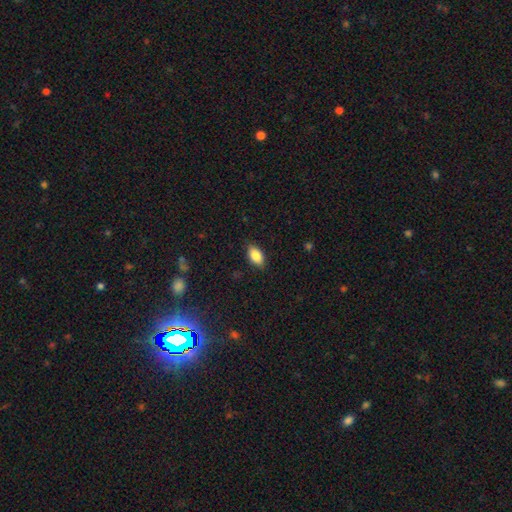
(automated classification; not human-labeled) Smooth or featured? Predicted: smooth (p=0.83). How rounded? Predicted: in between (p=0.91). Merging? Predicted: none (p=0.85).